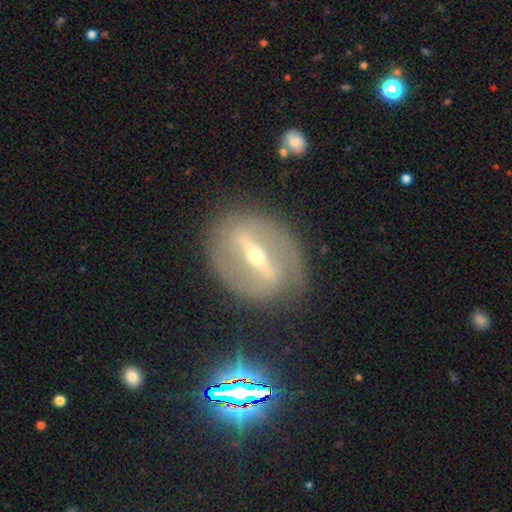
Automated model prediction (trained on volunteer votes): Overall: featured or disk (80%). Edge-on disk: no (84%). Bar: strong (79%). Spiral arms: yes (51%; no 49%). Bulge size: small (58%; moderate 38%). Merging: none (81%).